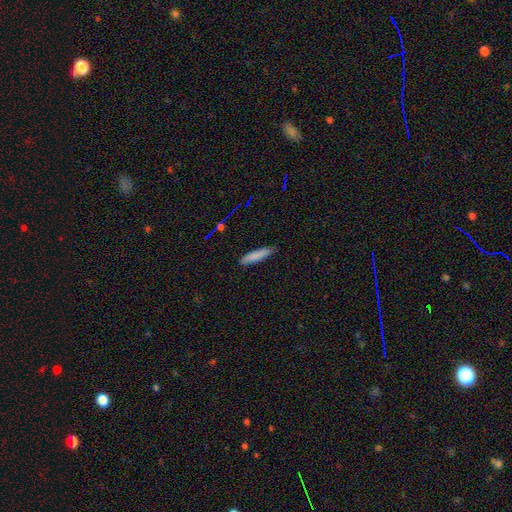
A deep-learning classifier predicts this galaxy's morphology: The model was most divided on "how rounded": cigar-shaped: 83%, in between: 16%, round: 1%. More confident: merging — none (83%); smooth or featured — smooth (83%).